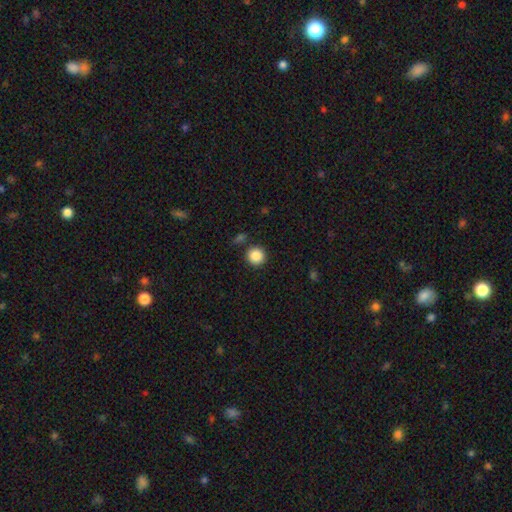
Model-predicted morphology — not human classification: Smooth or featured?
  - smooth: 87% *
  - star or artifact: 9%
  - featured or disk: 4%
How rounded?
  - round: 94% *
  - in between: 5%
  - cigar-shaped: 1%
Merging?
  - none: 87% *
  - minor disturbance: 7%
  - merger: 4%
  - major disturbance: 2%